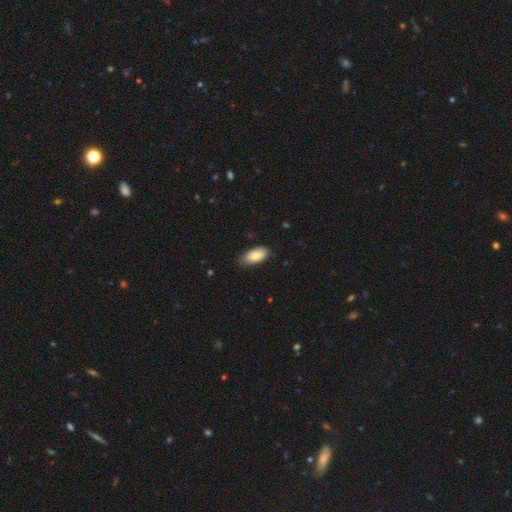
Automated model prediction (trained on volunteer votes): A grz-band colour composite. It shows a smooth galaxy with no disk features (81%) that is in between round and cigar-shaped (91%). Merging: none (79%).